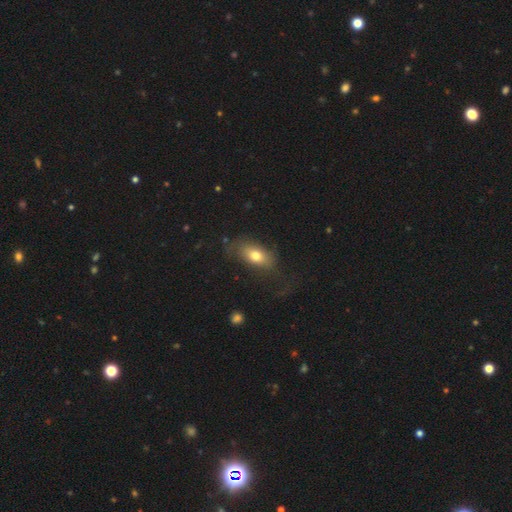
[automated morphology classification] smooth-or-featured: smooth: 73% | featured or disk: 18% | star or artifact: 9%
  how-rounded: in between: 86% | round: 8% | cigar-shaped: 6%
  merging: none: 61% | minor disturbance: 21% | major disturbance: 17% | merger: 2%